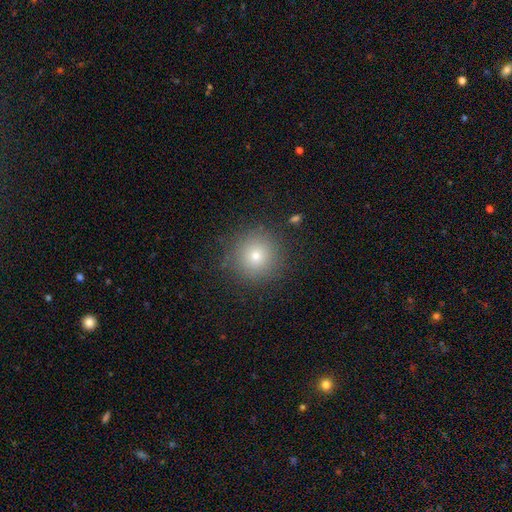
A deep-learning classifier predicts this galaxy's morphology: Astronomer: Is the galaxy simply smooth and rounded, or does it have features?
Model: smooth — 75%.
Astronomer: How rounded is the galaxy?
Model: round — 95%.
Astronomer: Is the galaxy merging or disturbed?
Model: none — 88%.